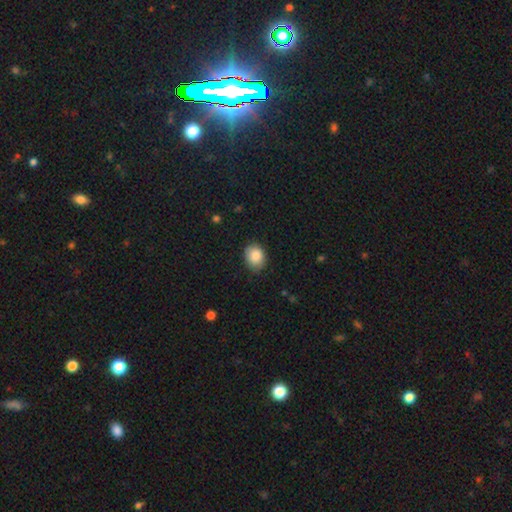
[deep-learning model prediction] smooth_or_featured: smooth (p=0.86) [alt: star or artifact p=0.08]
how_rounded: in between (p=0.50) [alt: round p=0.49]
merging: none (p=0.81) [alt: minor disturbance p=0.16]